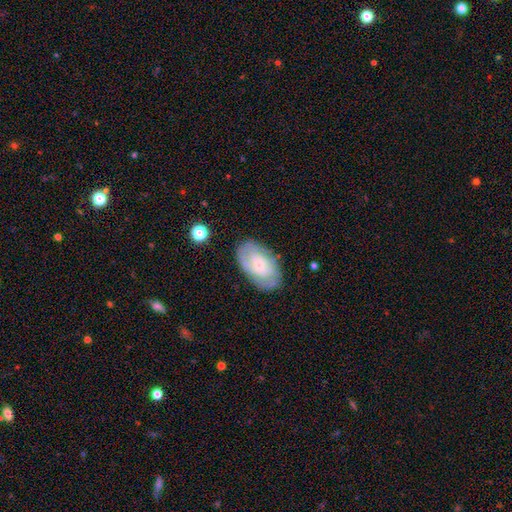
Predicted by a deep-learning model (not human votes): This is possibly a featured or disk galaxy (56%). It is clearly not viewed edge-on (95%). Bar: likely no (70%). Spiral arm pattern: likely yes (78%). Central bulge: likely small (62%). Merging: likely none (74%).